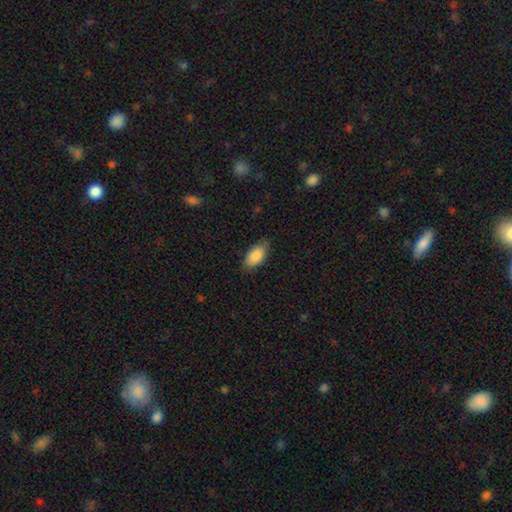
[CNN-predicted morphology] Smooth or featured? Predicted: smooth (p=0.87). How rounded? Predicted: in between (p=0.93). Merging? Predicted: none (p=0.80).